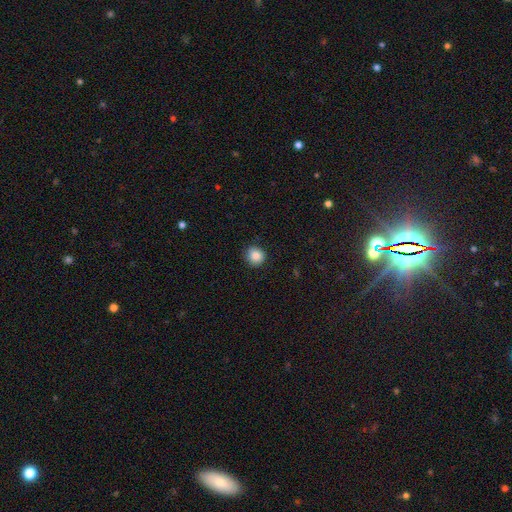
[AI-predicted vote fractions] Overall: smooth (87%). How rounded: round (92%). Merging: none (89%).